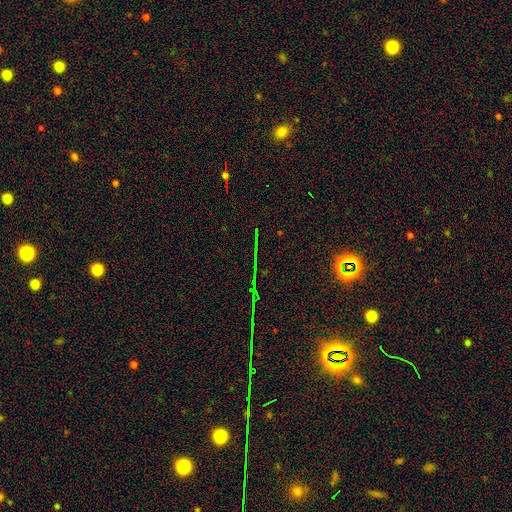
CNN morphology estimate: Smooth or featured?
  - star or artifact: 79% *
  - featured or disk: 11%
  - smooth: 10%